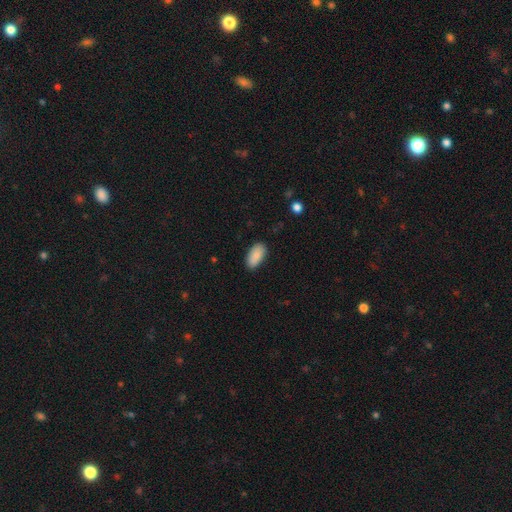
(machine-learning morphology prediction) The model was most divided on "merging": none: 84%, minor disturbance: 13%, major disturbance: 2%, merger: 1%. More confident: how rounded — in between (94%); smooth or featured — smooth (87%).